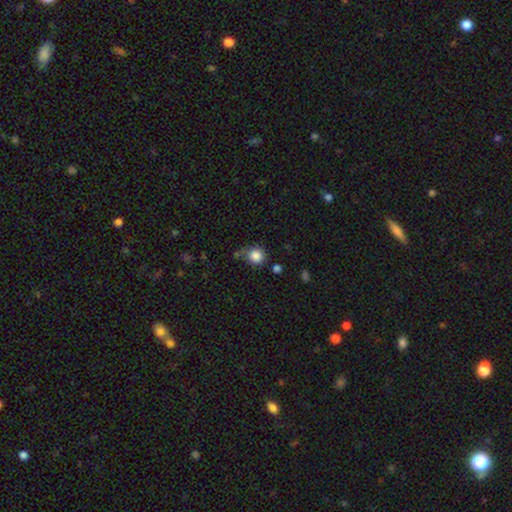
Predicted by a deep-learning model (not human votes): A smooth galaxy with no disk features (85%) that is round (88%).

Vote fractions:
- Smooth or featured? smooth: 85% / star or artifact: 10% / featured or disk: 5%
- How rounded? round: 88% / in between: 11% / cigar-shaped: 1%
- Merging? none: 64% / minor disturbance: 19% / merger: 10% / major disturbance: 6%